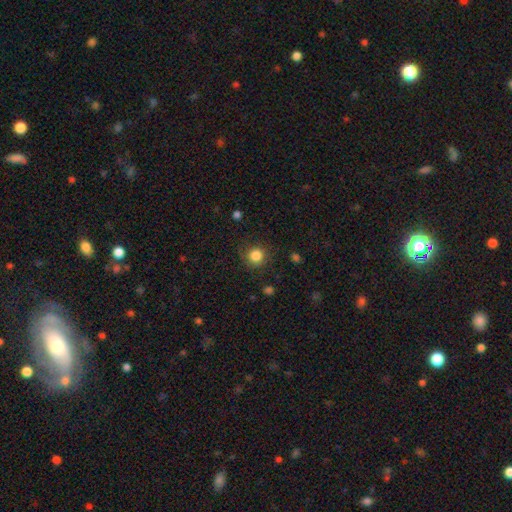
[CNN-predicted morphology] Q: Smooth or featured?
A: smooth (84%); runner-up: star or artifact (11%)
Q: How rounded?
A: round (92%); runner-up: in between (7%)
Q: Merging?
A: none (83%); runner-up: minor disturbance (11%)